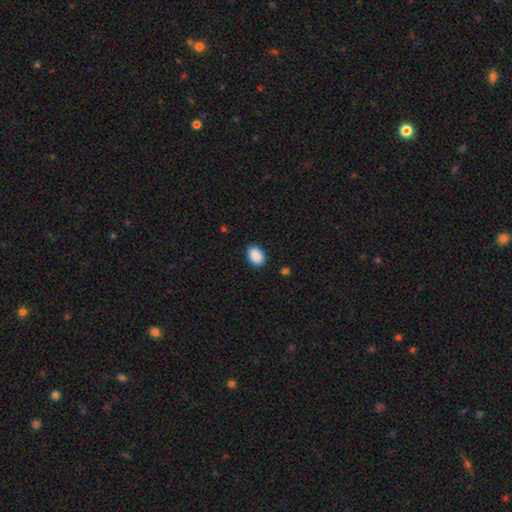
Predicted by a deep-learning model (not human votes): Morphology: type=smooth (90%); roundness=in between (83%); merging=none (88%).